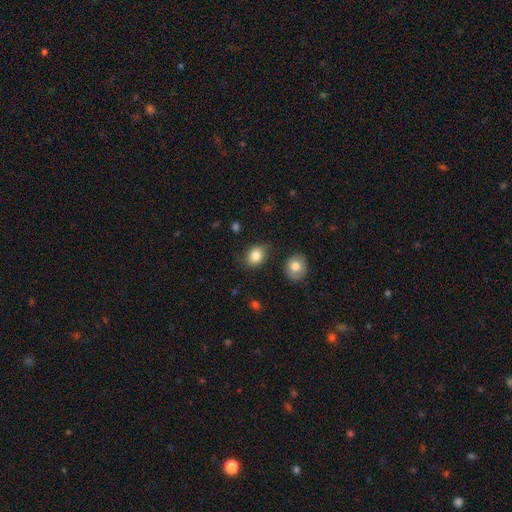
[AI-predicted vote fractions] A smooth galaxy with no disk features (84%) that is in between round and cigar-shaped (59%). Merging: none (78%).